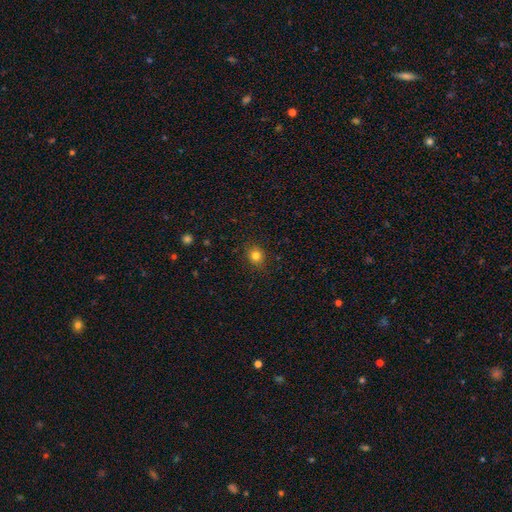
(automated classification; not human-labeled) smooth-or-featured: smooth: 81% | star or artifact: 13% | featured or disk: 6%
  how-rounded: round: 78% | in between: 21% | cigar-shaped: 1%
  merging: none: 87% | minor disturbance: 9% | major disturbance: 2% | merger: 1%